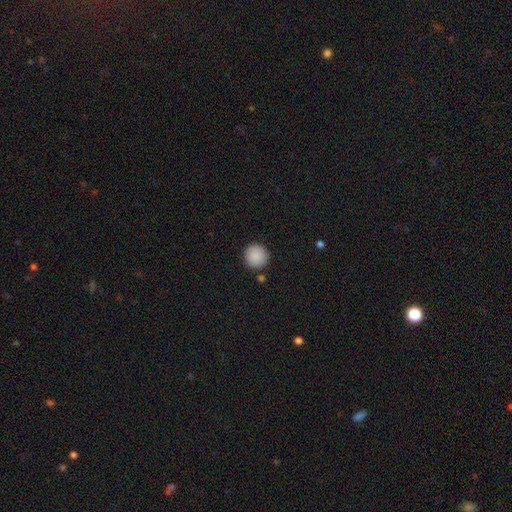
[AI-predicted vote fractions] smooth 89%, star or artifact 7%, featured or disk 3%. Down the decision tree: how rounded — round (95%); merging — none (90%).